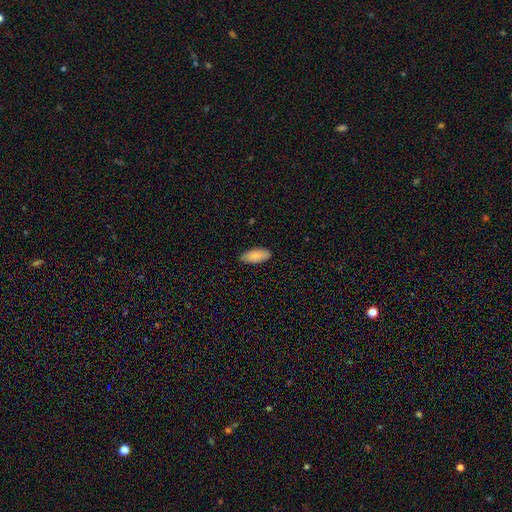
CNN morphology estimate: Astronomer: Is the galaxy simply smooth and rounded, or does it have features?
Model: smooth — 86%.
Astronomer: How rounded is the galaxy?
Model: in between — 90%.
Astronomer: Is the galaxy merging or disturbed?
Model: none — 84%.